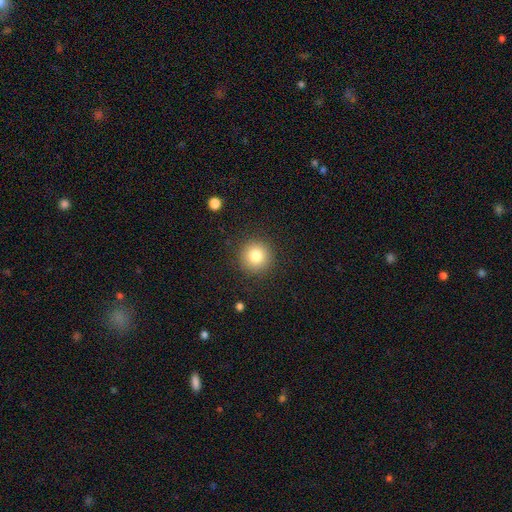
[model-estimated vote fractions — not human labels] The model was most divided on "smooth or featured": smooth: 82%, star or artifact: 10%, featured or disk: 8%. More confident: how rounded — round (95%); merging — none (90%).